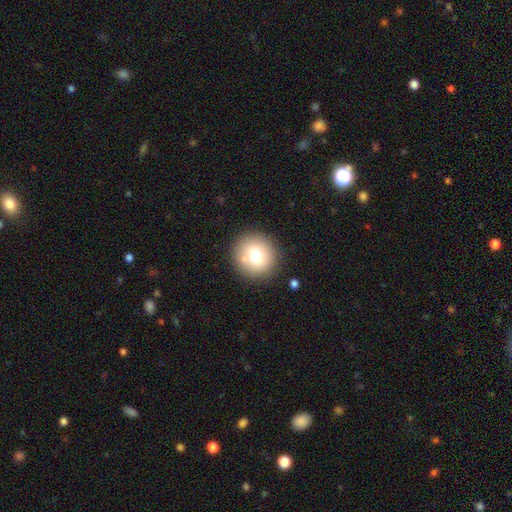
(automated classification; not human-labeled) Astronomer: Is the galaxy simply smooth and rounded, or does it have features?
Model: smooth — 73%.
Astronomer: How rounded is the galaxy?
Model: round — 92%.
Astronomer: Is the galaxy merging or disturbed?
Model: none — 84%.